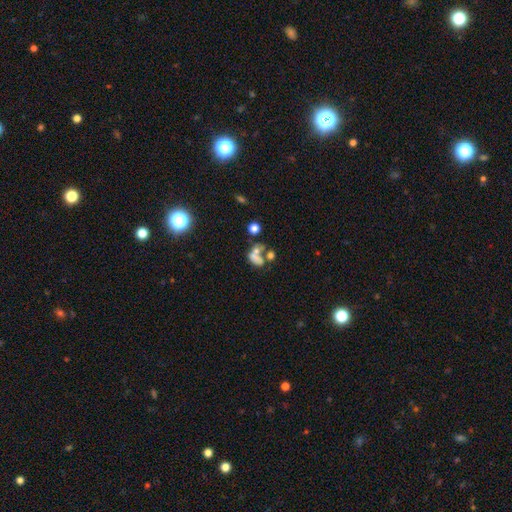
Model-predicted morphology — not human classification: A smooth galaxy with no disk features (55%) that is in between round and cigar-shaped (71%). Merging: merger (48%).